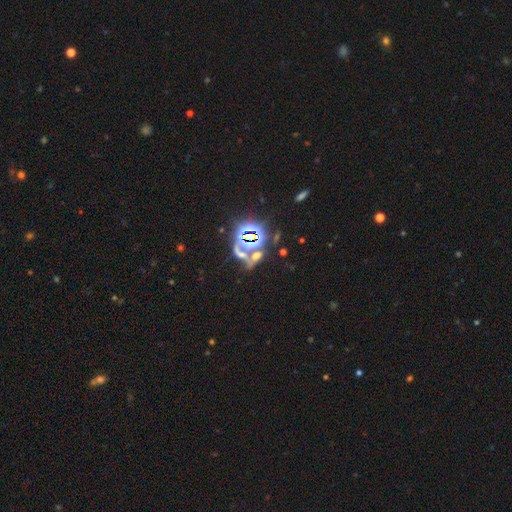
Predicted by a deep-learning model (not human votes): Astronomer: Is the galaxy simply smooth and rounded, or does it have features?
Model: star or artifact — 51% (runner-up: smooth, 28%).